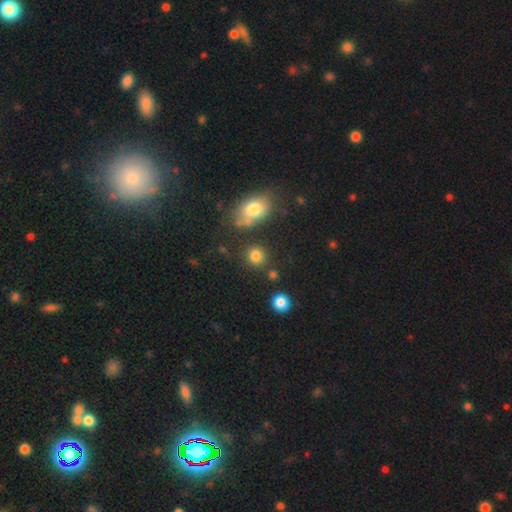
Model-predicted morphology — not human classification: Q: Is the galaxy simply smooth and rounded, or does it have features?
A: smooth — 82%.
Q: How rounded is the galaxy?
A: round — 84%.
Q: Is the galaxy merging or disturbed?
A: none — 81%.